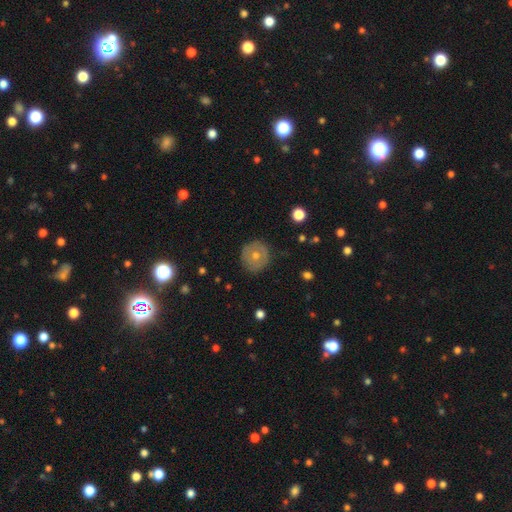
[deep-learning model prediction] smooth 56%, featured or disk 36%, star or artifact 8%. Down the decision tree: how rounded — round (92%); merging — none (84%).